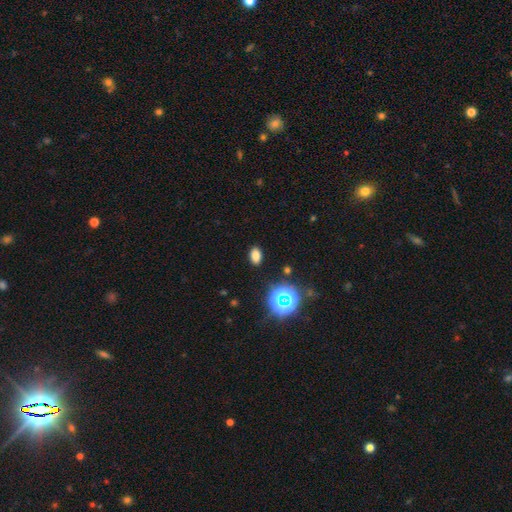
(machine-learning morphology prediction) Q: Smooth or featured?
A: smooth (74%); runner-up: star or artifact (20%)
Q: How rounded?
A: in between (85%); runner-up: round (13%)
Q: Merging?
A: none (88%); runner-up: minor disturbance (8%)